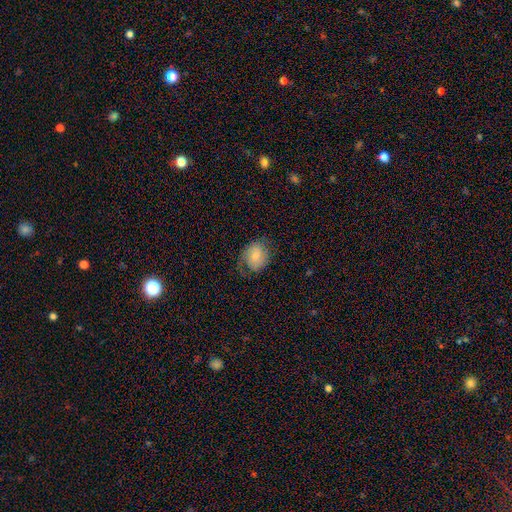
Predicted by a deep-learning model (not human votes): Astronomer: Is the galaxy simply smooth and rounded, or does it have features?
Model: smooth — 50% (runner-up: featured or disk, 42%).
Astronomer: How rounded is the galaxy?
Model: round — 50% (runner-up: in between, 49%).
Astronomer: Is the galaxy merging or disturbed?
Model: none — 58%.